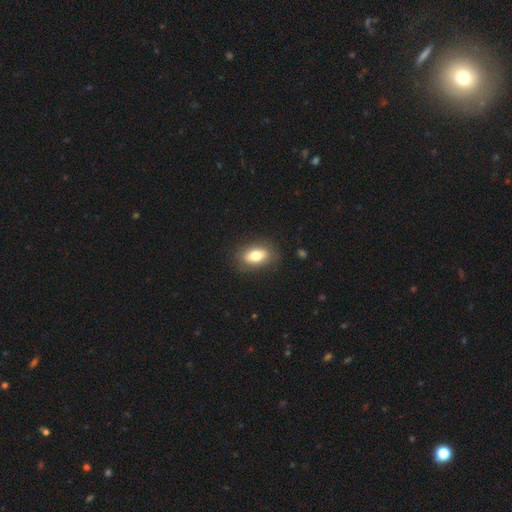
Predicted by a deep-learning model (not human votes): Smooth or featured? Predicted: smooth (p=0.75). How rounded? Predicted: in between (p=0.86). Merging? Predicted: none (p=0.84).